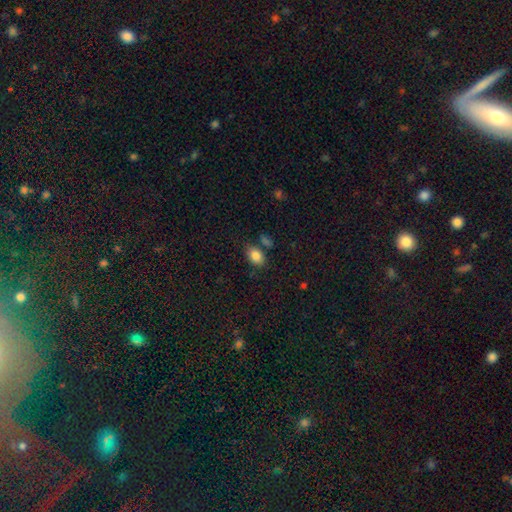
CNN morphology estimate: smooth_or_featured: smooth (p=0.85) [alt: star or artifact p=0.09]
how_rounded: in between (p=0.82) [alt: round p=0.16]
merging: none (p=0.74) [alt: minor disturbance p=0.13]